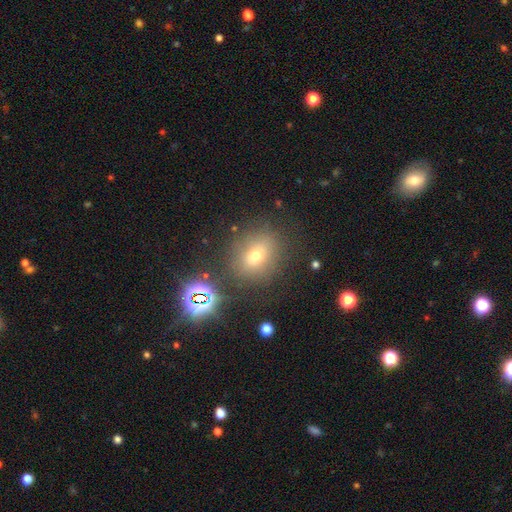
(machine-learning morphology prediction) This appears to be a smooth galaxy with no disk features (63%) that is round (64%). Merging: none (80%).